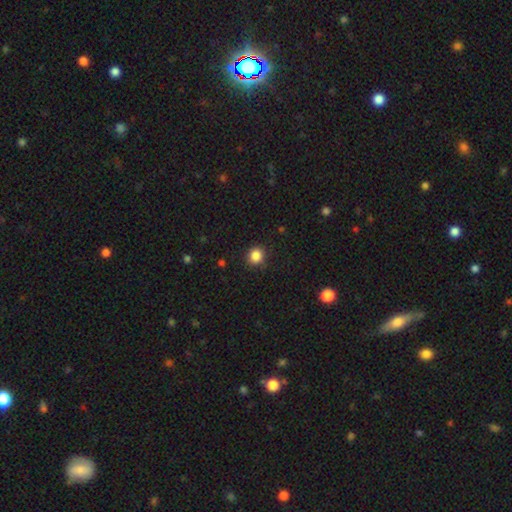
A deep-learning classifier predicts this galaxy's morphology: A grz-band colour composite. It shows a smooth galaxy with no disk features (86%) that is round (87%). Merging: none (89%).